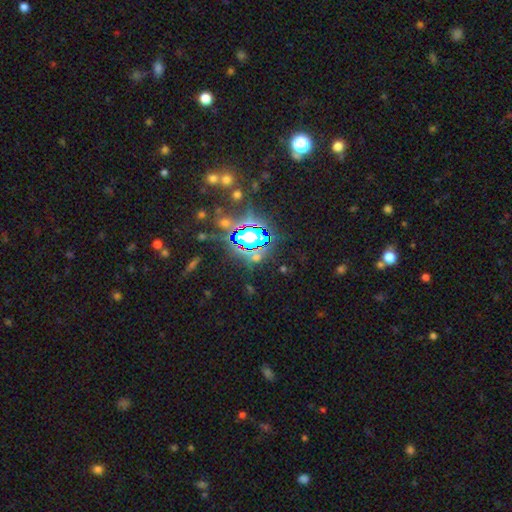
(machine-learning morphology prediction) star or artifact 75%, smooth 15%, featured or disk 11%.